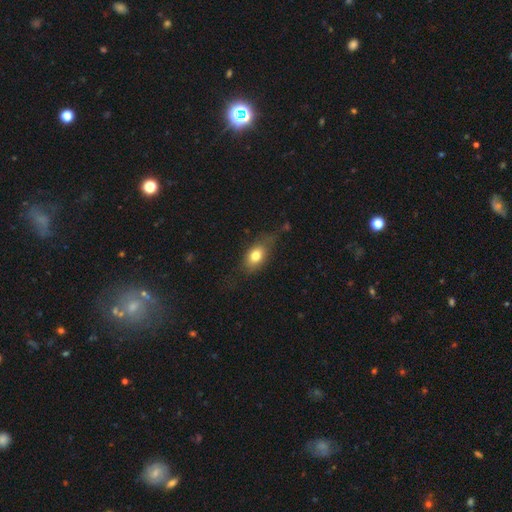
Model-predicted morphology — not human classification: smooth_or_featured: smooth (p=0.76) [alt: featured or disk p=0.15]
how_rounded: in between (p=0.79) [alt: round p=0.15]
merging: none (p=0.62) [alt: minor disturbance p=0.26]